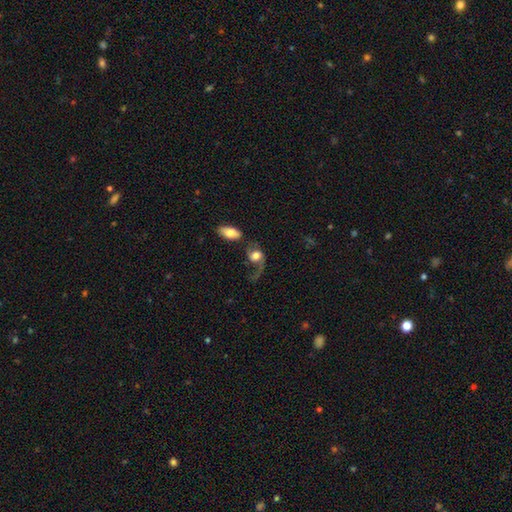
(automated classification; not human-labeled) This is possibly a featured or disk galaxy (48%). Merging: marginally major disturbance (44%).